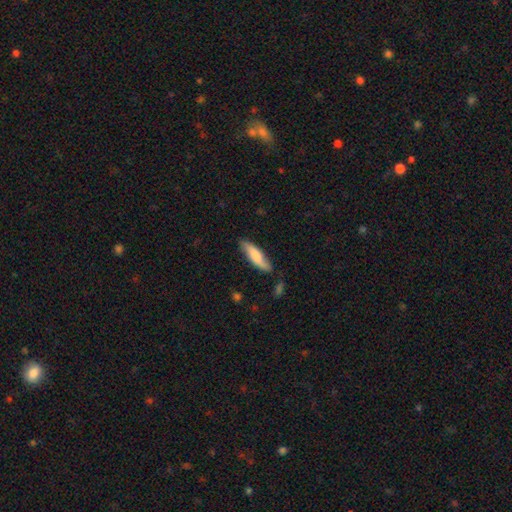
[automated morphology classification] The model was most divided on "how rounded": cigar-shaped: 62%, in between: 37%, round: 2%. More confident: merging — none (77%); smooth or featured — smooth (68%).